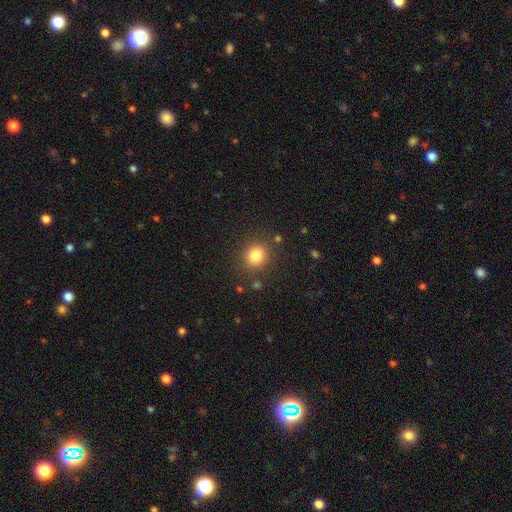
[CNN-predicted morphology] type=smooth (82%); roundness=round (84%); merging=none (87%).